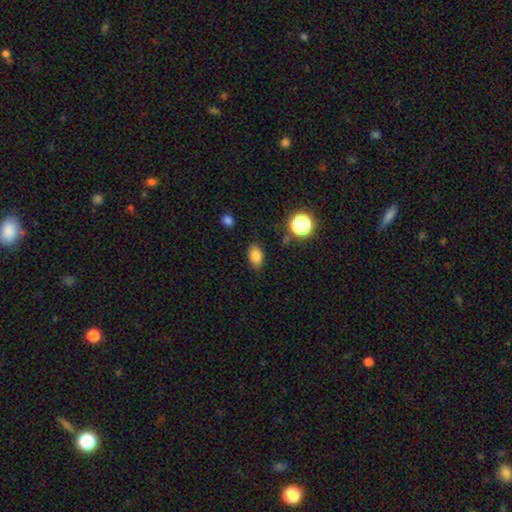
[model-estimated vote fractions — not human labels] Smooth or featured?
  - smooth: 81% *
  - star or artifact: 12%
  - featured or disk: 7%
How rounded?
  - in between: 83% *
  - round: 15%
  - cigar-shaped: 2%
Merging?
  - none: 83% *
  - minor disturbance: 12%
  - major disturbance: 3%
  - merger: 2%